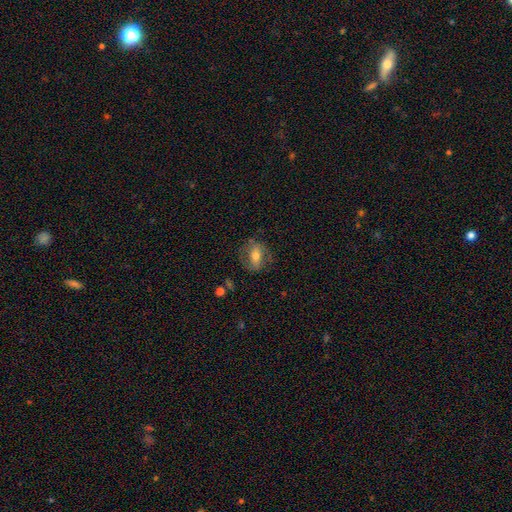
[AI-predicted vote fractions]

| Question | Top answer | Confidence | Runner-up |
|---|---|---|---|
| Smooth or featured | smooth | 48% | featured or disk (44%) |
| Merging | none | 71% | minor disturbance (18%) |